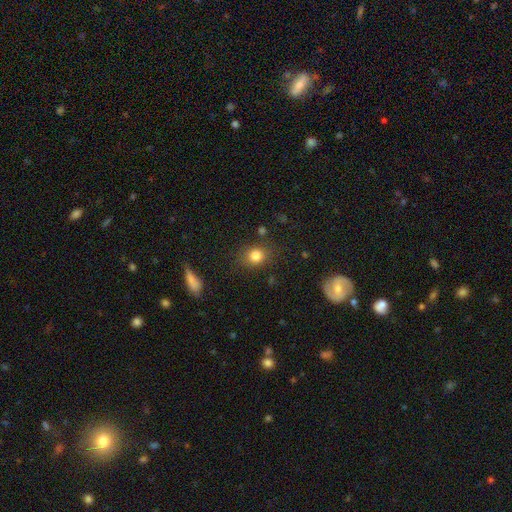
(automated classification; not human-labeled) Smooth or featured? Predicted: smooth (p=0.82). How rounded? Predicted: round (p=0.70). Merging? Predicted: none (p=0.81).